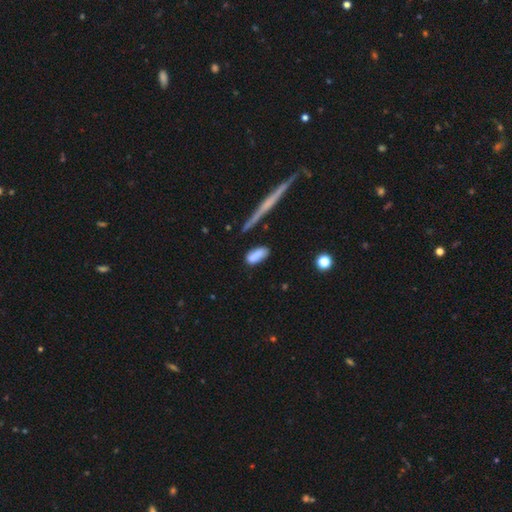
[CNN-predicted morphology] Smooth or featured? Predicted: smooth (p=0.82). How rounded? Predicted: in between (p=0.84). Merging? Predicted: none (p=0.63).